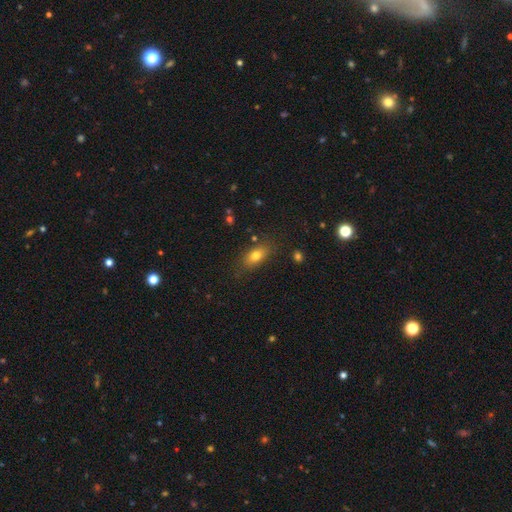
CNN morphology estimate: A smooth galaxy with no disk features (78%) that is in between round and cigar-shaped (83%).

Vote fractions:
- Smooth or featured? smooth: 78% / featured or disk: 13% / star or artifact: 9%
- How rounded? in between: 83% / round: 9% / cigar-shaped: 8%
- Merging? none: 78% / minor disturbance: 15% / major disturbance: 4% / merger: 2%